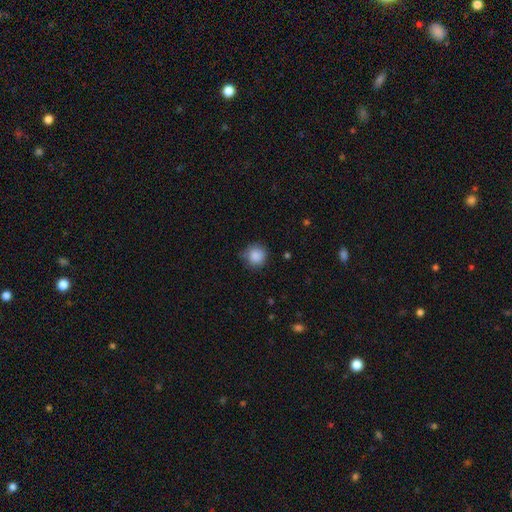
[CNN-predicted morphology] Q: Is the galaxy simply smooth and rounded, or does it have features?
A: smooth — 87%.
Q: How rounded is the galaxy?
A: round — 92%.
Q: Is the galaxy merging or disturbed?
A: none — 77%.